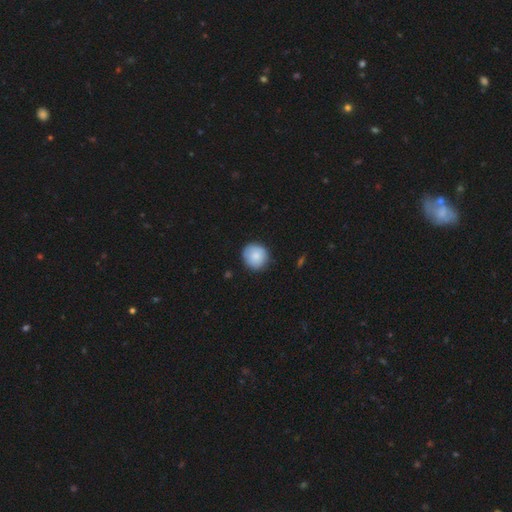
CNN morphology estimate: This appears to be a smooth galaxy with no disk features (84%) that is round (90%). Merging: none (85%).